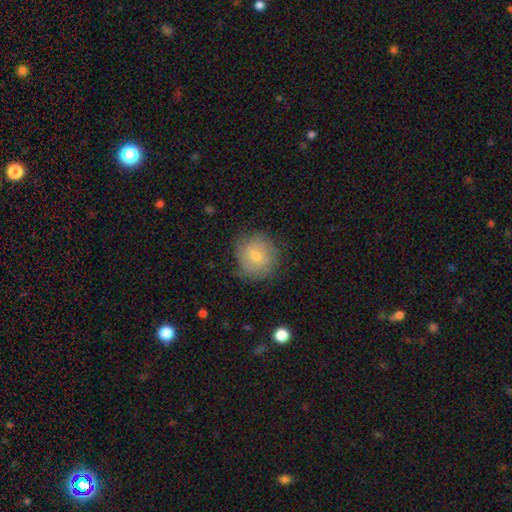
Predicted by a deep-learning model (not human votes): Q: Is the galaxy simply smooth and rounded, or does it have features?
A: smooth — 63%.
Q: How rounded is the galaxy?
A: round — 87%.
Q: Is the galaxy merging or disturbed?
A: none — 76%.